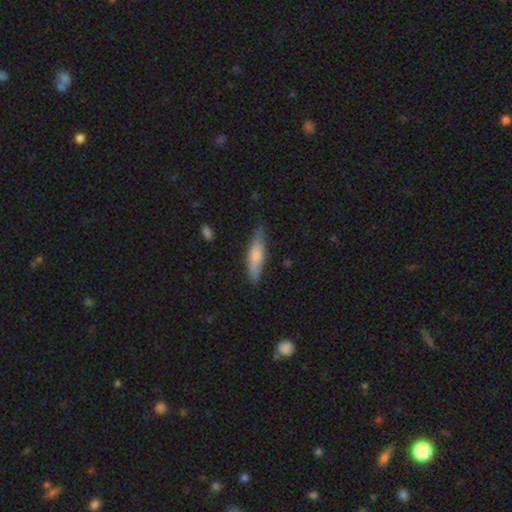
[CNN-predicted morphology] Smooth or featured: smooth — 64% (featured or disk — 30%)
How rounded: cigar-shaped — 77% (in between — 21%)
Merging: none — 80% (minor disturbance — 16%)